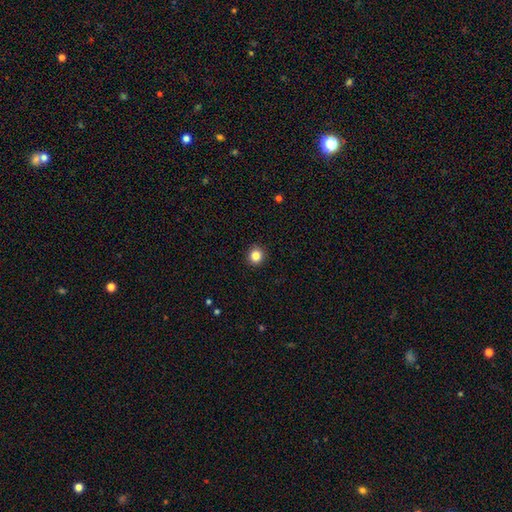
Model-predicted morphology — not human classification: The model was most divided on "smooth or featured": smooth: 85%, star or artifact: 11%, featured or disk: 5%. More confident: merging — none (92%); how rounded — round (90%).